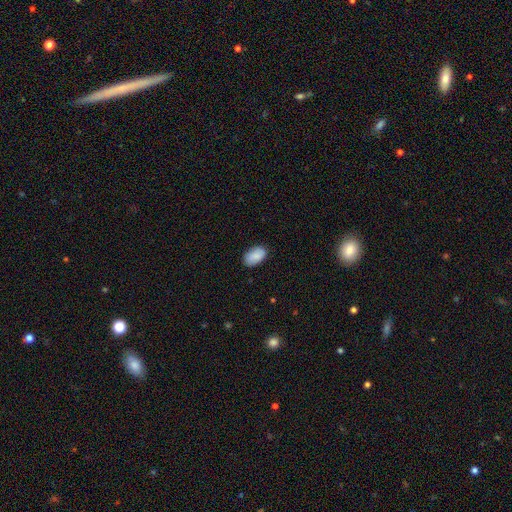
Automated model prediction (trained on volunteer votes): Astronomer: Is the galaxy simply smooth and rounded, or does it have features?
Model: smooth — 89%.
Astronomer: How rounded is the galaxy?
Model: in between — 93%.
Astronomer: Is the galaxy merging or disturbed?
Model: none — 84%.